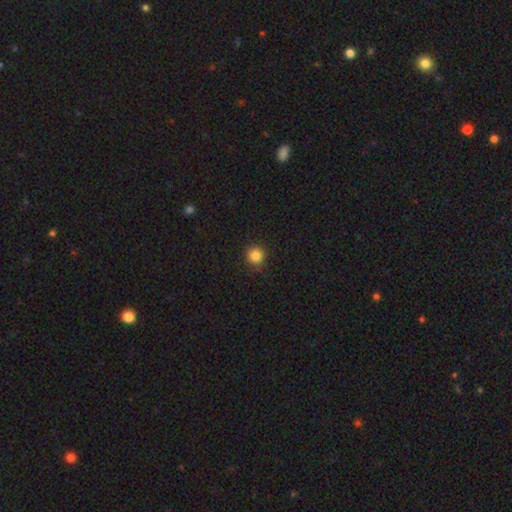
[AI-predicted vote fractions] Morphology: type=smooth (84%); roundness=round (94%); merging=none (90%).